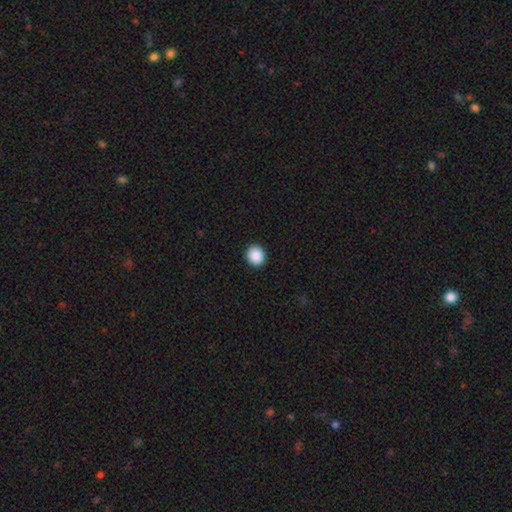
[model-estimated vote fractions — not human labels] Q: Smooth or featured?
A: smooth (89%); runner-up: star or artifact (8%)
Q: How rounded?
A: round (85%); runner-up: in between (14%)
Q: Merging?
A: none (93%); runner-up: minor disturbance (5%)